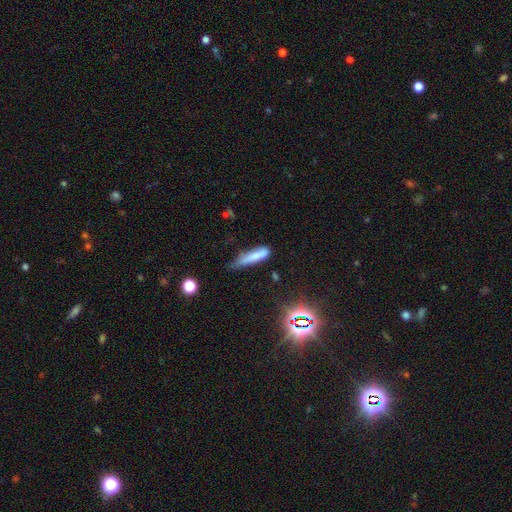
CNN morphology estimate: smooth 75%, featured or disk 16%, star or artifact 9%. Down the decision tree: how rounded — cigar-shaped (76%); merging — minor disturbance (42%).